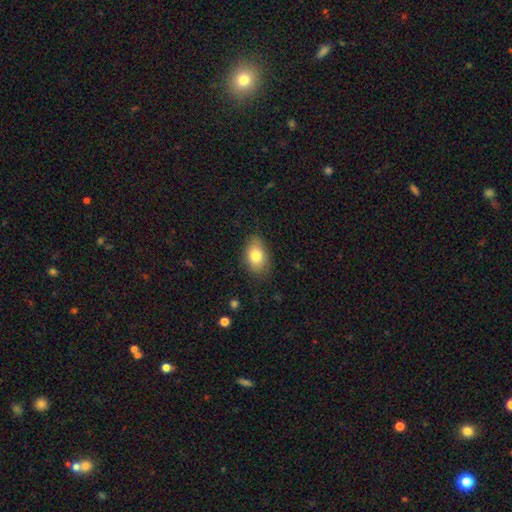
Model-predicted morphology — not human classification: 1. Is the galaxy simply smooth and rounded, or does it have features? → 80% smooth, 12% featured or disk, 8% star or artifact.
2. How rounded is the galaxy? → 86% in between, 12% round, 2% cigar-shaped.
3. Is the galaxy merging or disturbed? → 79% none, 17% minor disturbance, 3% major disturbance, 1% merger.